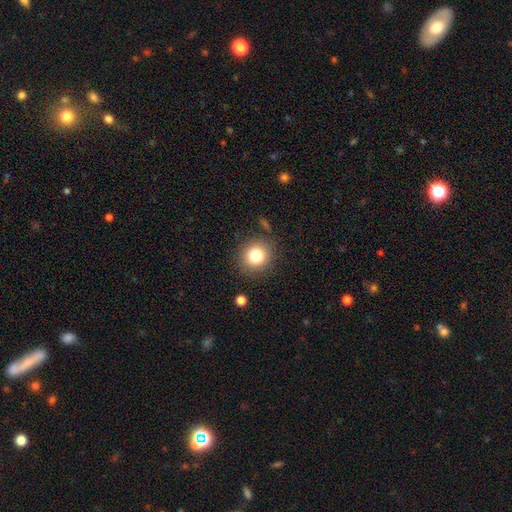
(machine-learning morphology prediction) A smooth galaxy with no disk features (80%) that is round (88%). Merging: none (85%).